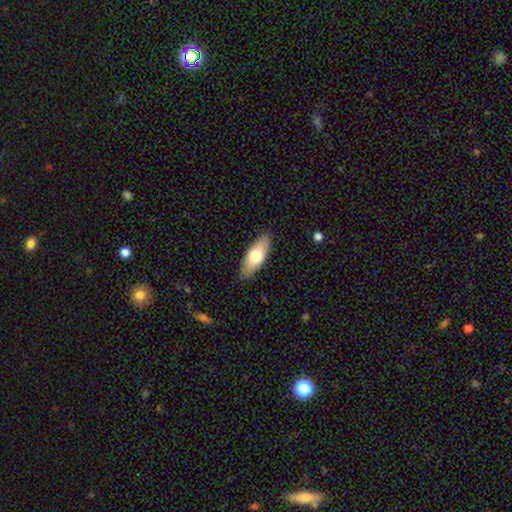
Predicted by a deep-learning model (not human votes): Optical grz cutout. It shows a smooth galaxy with no disk features (72%) that is in between round and cigar-shaped (75%). Merging: none (88%).